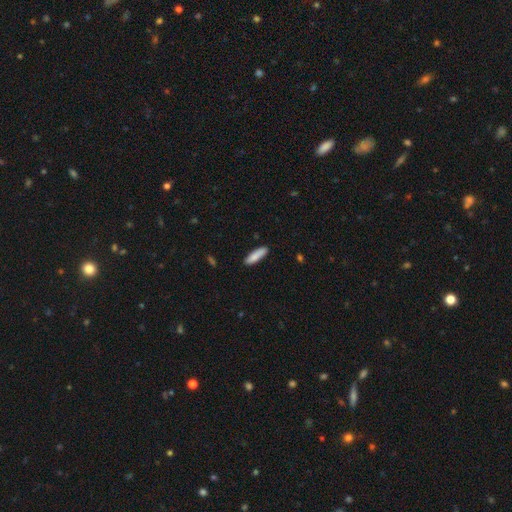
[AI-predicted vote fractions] Morphology: type=smooth (86%); roundness=cigar-shaped (65%); merging=none (87%).